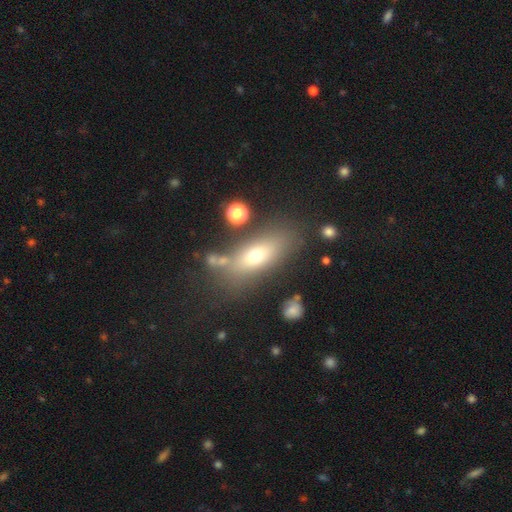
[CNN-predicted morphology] smooth-or-featured: smooth: 62% | featured or disk: 26% | star or artifact: 12%
  how-rounded: in between: 65% | cigar-shaped: 29% | round: 6%
  merging: none: 71% | minor disturbance: 14% | merger: 8% | major disturbance: 7%